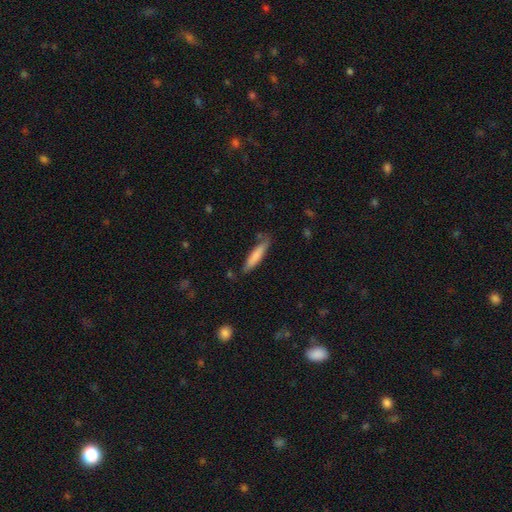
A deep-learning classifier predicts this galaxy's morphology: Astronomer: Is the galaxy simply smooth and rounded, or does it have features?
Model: smooth — 77%.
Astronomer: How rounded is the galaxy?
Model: cigar-shaped — 87%.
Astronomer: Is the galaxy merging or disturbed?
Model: none — 77%.